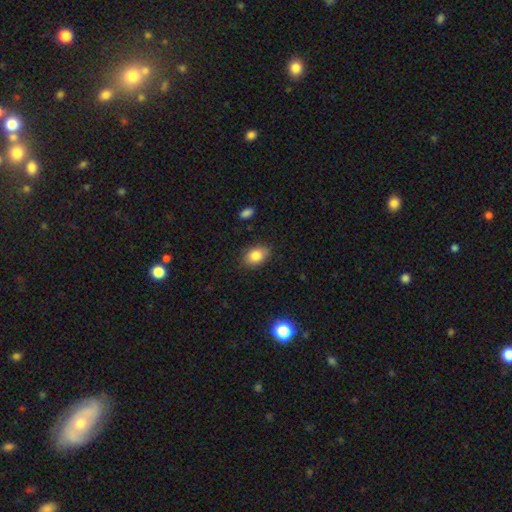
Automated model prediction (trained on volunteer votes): Smooth or featured: smooth — 83% (star or artifact — 9%)
How rounded: in between — 76% (round — 23%)
Merging: none — 81% (minor disturbance — 14%)